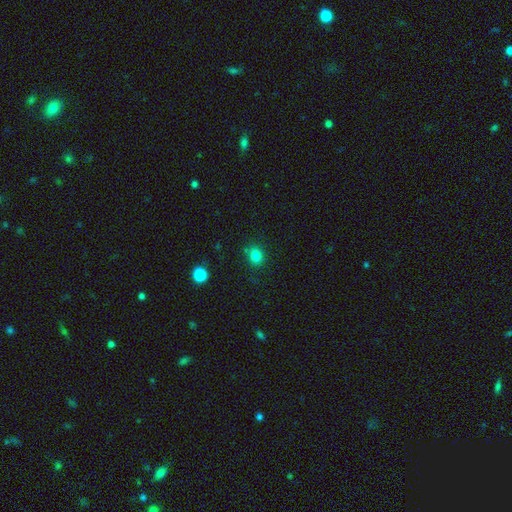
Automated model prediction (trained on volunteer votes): Smooth or featured: smooth — 82% (star or artifact — 13%)
How rounded: round — 61% (in between — 38%)
Merging: none — 78% (minor disturbance — 13%)